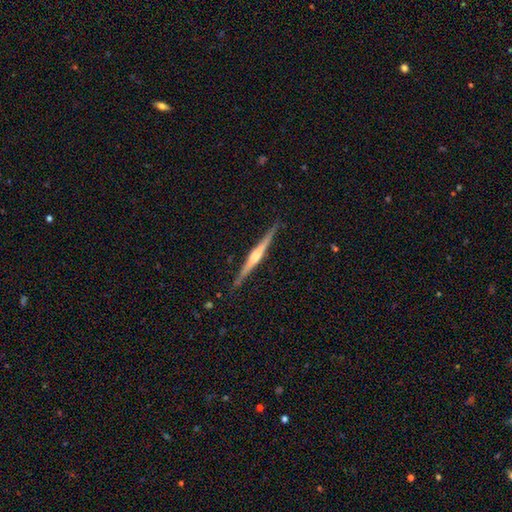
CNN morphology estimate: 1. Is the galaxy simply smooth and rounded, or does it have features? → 79% featured or disk, 16% smooth, 5% star or artifact.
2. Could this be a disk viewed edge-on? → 98% yes, 2% no.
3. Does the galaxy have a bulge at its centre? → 75% rounded, 16% boxy, 9% none.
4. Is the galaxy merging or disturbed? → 90% none, 8% minor disturbance, 1% major disturbance, 1% merger.